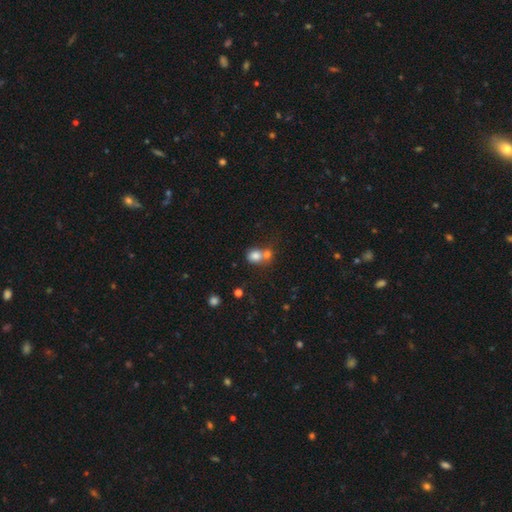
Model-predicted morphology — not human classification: type=smooth (79%); roundness=round (68%); merging=merger (53%).